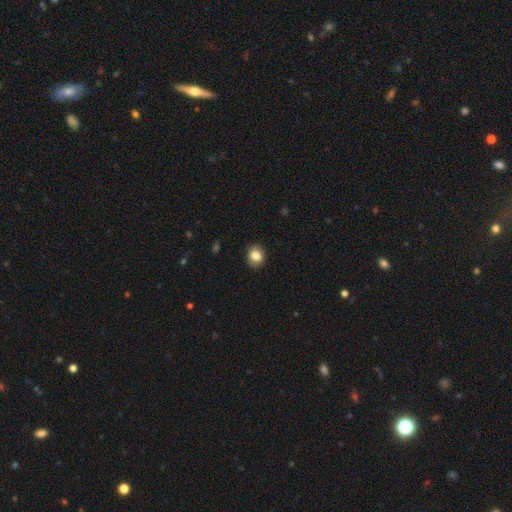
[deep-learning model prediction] Overall: smooth (82%). How rounded: round (58%; in between 41%). Merging: none (88%).